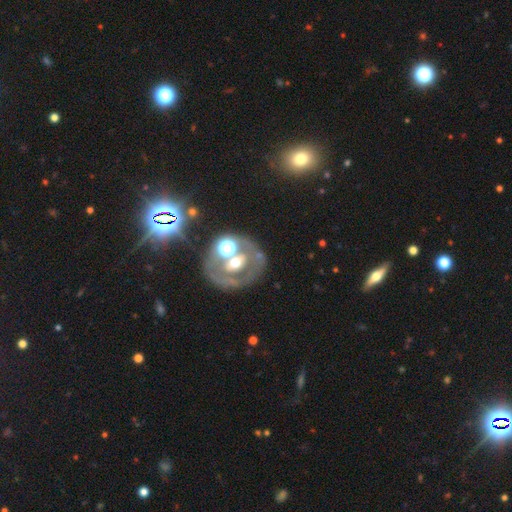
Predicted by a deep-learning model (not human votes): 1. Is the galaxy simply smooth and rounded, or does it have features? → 60% featured or disk, 21% star or artifact, 19% smooth.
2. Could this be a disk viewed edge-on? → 93% no, 7% yes.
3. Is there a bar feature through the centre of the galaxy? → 61% no, 24% weak, 15% strong.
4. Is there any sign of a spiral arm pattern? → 62% no, 38% yes.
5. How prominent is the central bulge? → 58% moderate, 25% small, 9% large, 5% none, 3% dominant.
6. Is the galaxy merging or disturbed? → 57% none, 15% merger, 15% minor disturbance, 13% major disturbance.